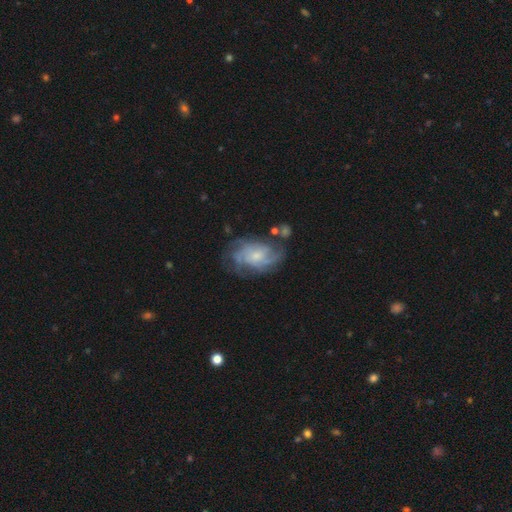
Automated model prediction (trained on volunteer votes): A featured or disk galaxy (77%) with no bar (70%), tight (44%) spiral arms (89%) and a small central bulge (58%). Merging: none (61%).